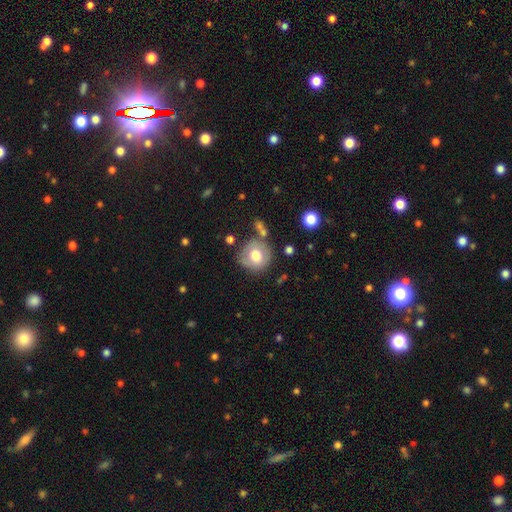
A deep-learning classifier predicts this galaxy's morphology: smooth-or-featured: smooth: 65% | featured or disk: 27% | star or artifact: 8%
  how-rounded: round: 89% | in between: 10% | cigar-shaped: 1%
  merging: none: 68% | minor disturbance: 18% | merger: 8% | major disturbance: 7%